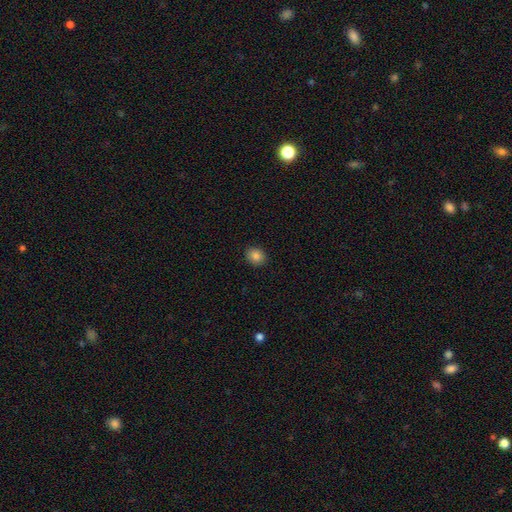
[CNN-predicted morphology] smooth-or-featured: smooth: 84% | star or artifact: 10% | featured or disk: 6%
  how-rounded: round: 66% | in between: 33% | cigar-shaped: 1%
  merging: none: 91% | minor disturbance: 7% | major disturbance: 2% | merger: 1%